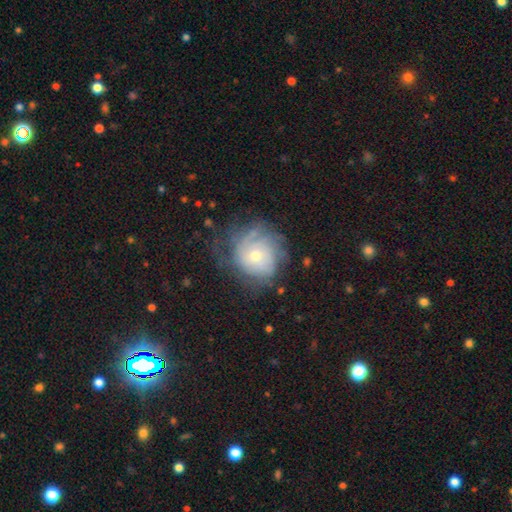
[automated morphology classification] This is likely a featured or disk galaxy (66%). It is clearly not viewed edge-on (97%). Bar: clearly no (82%). Spiral arm pattern: clearly yes (85%). Spiral arm count: possibly can't tell (54%). Spiral winding: likely tight (63%). Central bulge: possibly moderate (50%). Merging: likely none (63%).